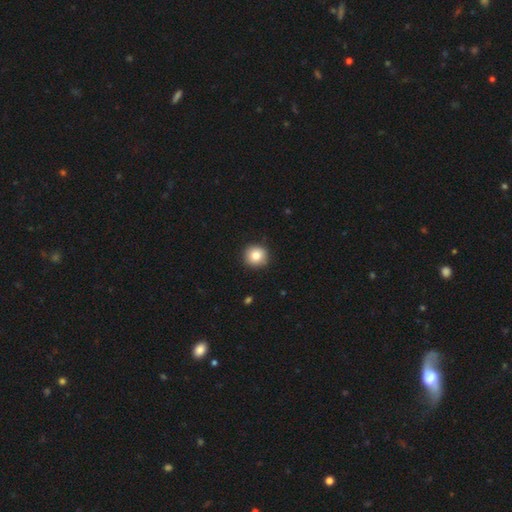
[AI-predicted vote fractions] This is clearly a smooth galaxy (82%). How rounded: clearly round (93%). Merging: clearly none (90%).